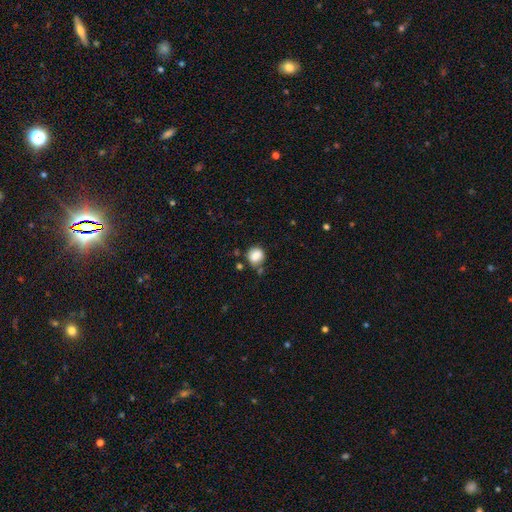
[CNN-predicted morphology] smooth-or-featured: smooth: 84% | star or artifact: 9% | featured or disk: 6%
  how-rounded: round: 74% | in between: 25% | cigar-shaped: 1%
  merging: none: 62% | minor disturbance: 22% | merger: 9% | major disturbance: 7%